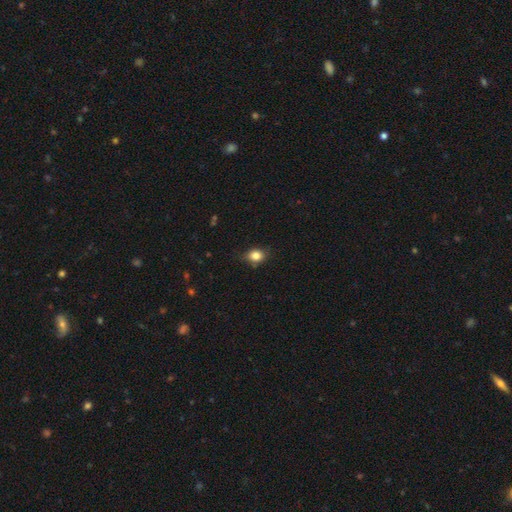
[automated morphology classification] type=smooth (83%); roundness=in between (51%); merging=none (71%).